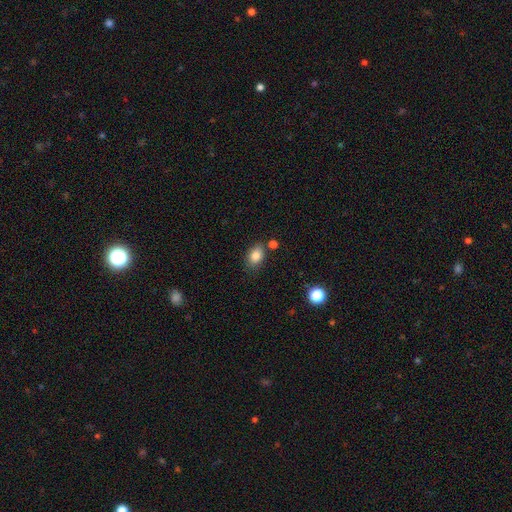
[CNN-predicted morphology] smooth-or-featured: smooth: 84% | star or artifact: 9% | featured or disk: 7%
  how-rounded: in between: 79% | round: 20% | cigar-shaped: 1%
  merging: none: 75% | minor disturbance: 14% | merger: 7% | major disturbance: 3%